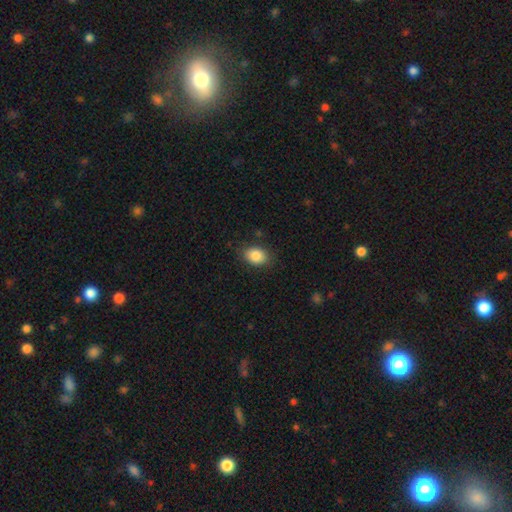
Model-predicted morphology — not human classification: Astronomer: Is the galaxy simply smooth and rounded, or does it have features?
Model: smooth — 86%.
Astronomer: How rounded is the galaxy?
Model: in between — 74%.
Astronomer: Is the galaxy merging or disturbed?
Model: none — 84%.